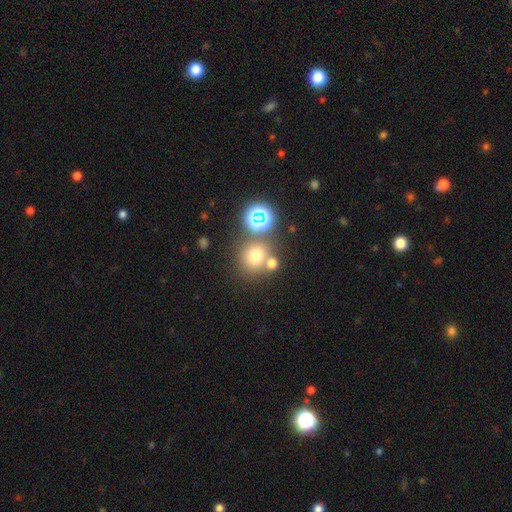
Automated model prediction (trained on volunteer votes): smooth_or_featured: smooth (p=0.68) [alt: star or artifact p=0.23]
how_rounded: round (p=0.88) [alt: in between p=0.11]
merging: none (p=0.65) [alt: merger p=0.21]